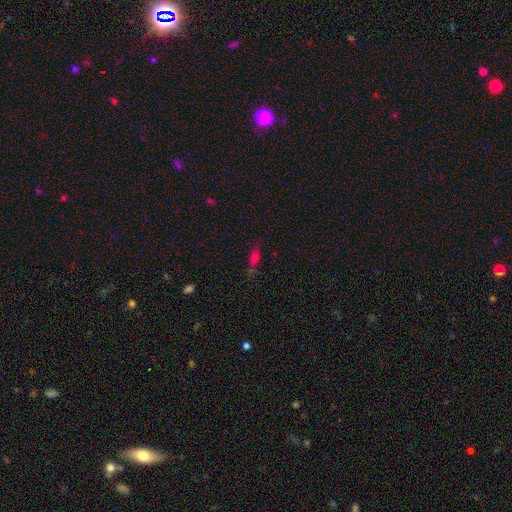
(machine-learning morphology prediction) A smooth galaxy with no disk features (51%) that is cigar-shaped (53%).

Vote fractions:
- Smooth or featured? smooth: 51% / featured or disk: 31% / star or artifact: 18%
- How rounded? cigar-shaped: 53% / in between: 40% / round: 7%
- Merging? none: 74% / minor disturbance: 17% / major disturbance: 5% / merger: 4%